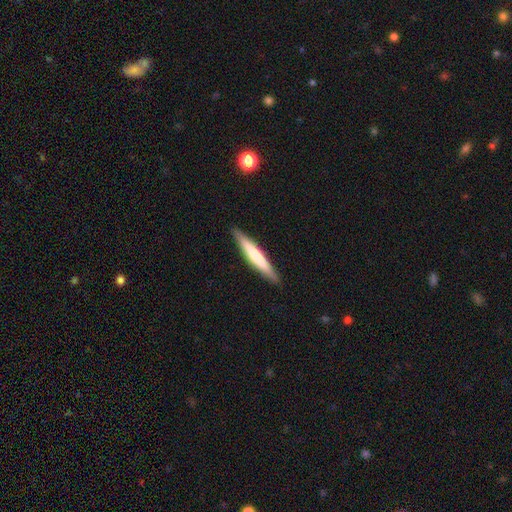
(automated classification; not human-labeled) smooth-or-featured: smooth: 55% | featured or disk: 40% | star or artifact: 5%
  how-rounded: cigar-shaped: 94% | in between: 5% | round: 1%
  merging: none: 90% | minor disturbance: 7% | major disturbance: 1% | merger: 1%